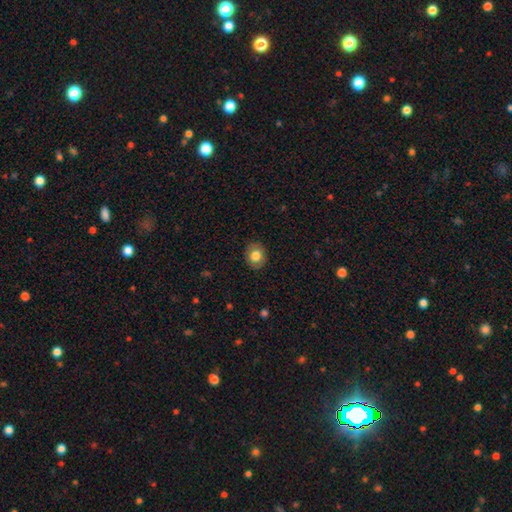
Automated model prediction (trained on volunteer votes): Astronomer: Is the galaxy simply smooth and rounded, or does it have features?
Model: smooth — 78%.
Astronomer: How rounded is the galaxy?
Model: round — 59% (runner-up: in between, 40%).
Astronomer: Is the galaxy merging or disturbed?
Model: none — 87%.